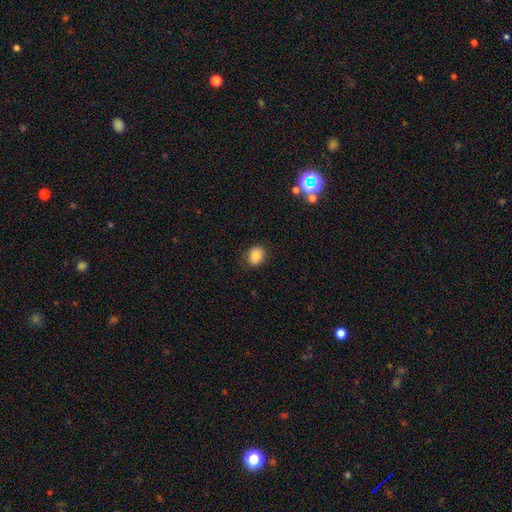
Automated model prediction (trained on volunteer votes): Smooth or featured? Predicted: smooth (p=0.84). How rounded? Predicted: round (p=0.55). Merging? Predicted: none (p=0.86).